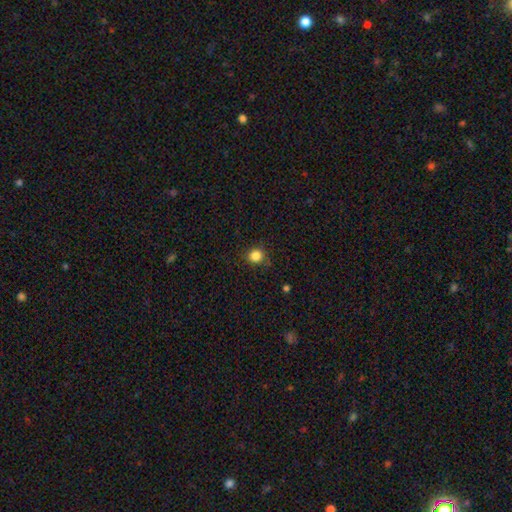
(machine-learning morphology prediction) The model was most divided on "merging": none: 84%, minor disturbance: 12%, major disturbance: 3%, merger: 1%. More confident: how rounded — round (89%); smooth or featured — smooth (84%).